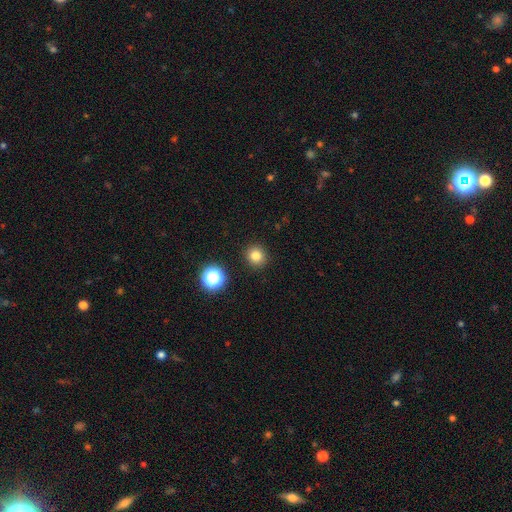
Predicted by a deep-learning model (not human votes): smooth 80%, star or artifact 14%, featured or disk 6%. Down the decision tree: how rounded — round (91%); merging — none (91%).